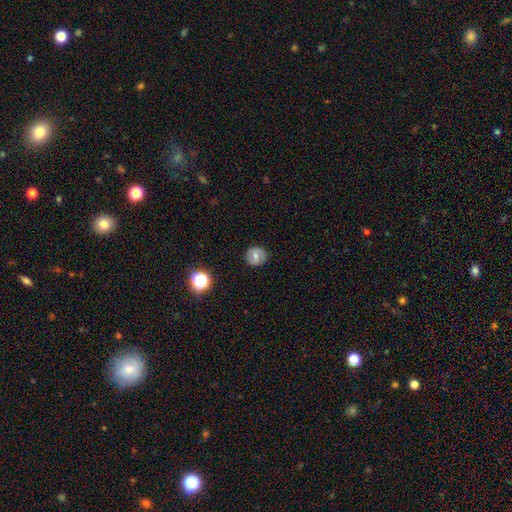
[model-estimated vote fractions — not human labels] smooth-or-featured: smooth: 60% | featured or disk: 29% | star or artifact: 11%
  how-rounded: round: 86% | in between: 13% | cigar-shaped: 1%
  merging: none: 86% | minor disturbance: 10% | major disturbance: 3% | merger: 1%